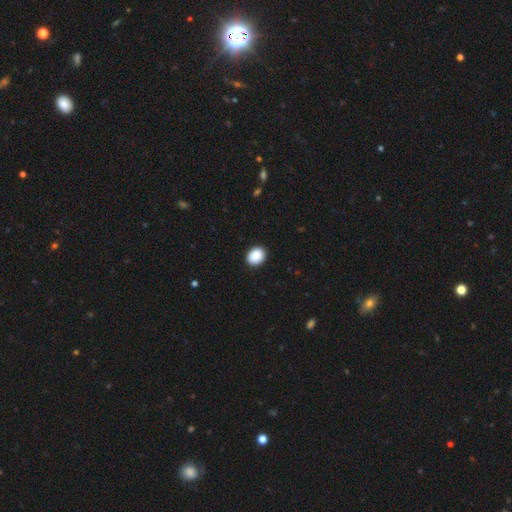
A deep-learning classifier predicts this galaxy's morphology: type=smooth (90%); roundness=in between (52%); merging=none (90%).